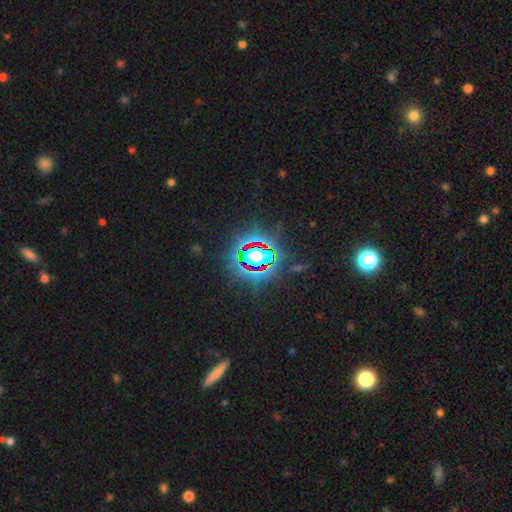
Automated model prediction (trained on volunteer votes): Overall: star or artifact (74%).